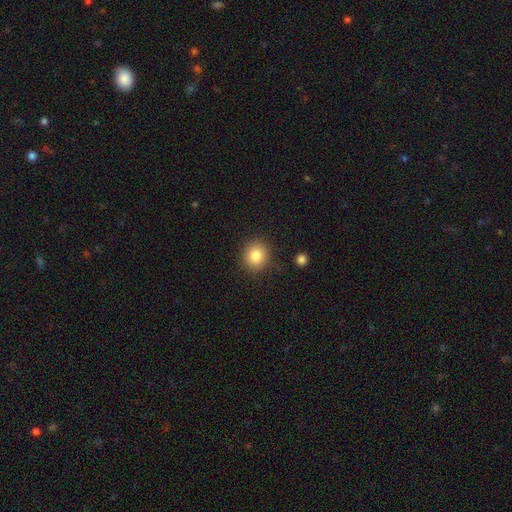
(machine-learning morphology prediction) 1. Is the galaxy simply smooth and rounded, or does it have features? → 84% smooth, 10% star or artifact, 6% featured or disk.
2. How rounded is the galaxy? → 83% round, 16% in between, 1% cigar-shaped.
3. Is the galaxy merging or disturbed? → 86% none, 9% minor disturbance, 3% major disturbance, 2% merger.